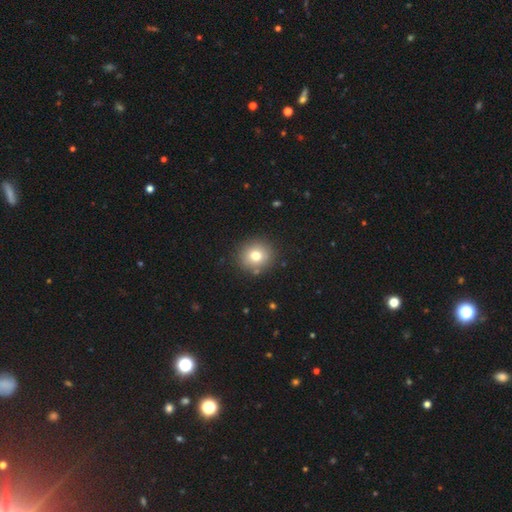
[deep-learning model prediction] This appears to be a smooth galaxy with no disk features (75%) that is round (90%). Merging: none (88%).